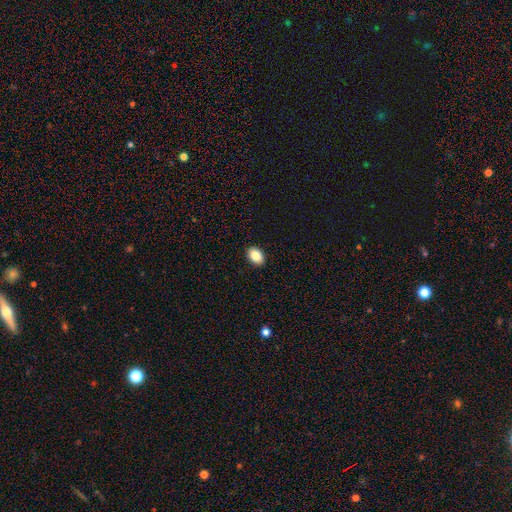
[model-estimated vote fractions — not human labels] smooth_or_featured: smooth (p=0.86) [alt: star or artifact p=0.08]
how_rounded: in between (p=0.79) [alt: round p=0.20]
merging: none (p=0.91) [alt: minor disturbance p=0.06]